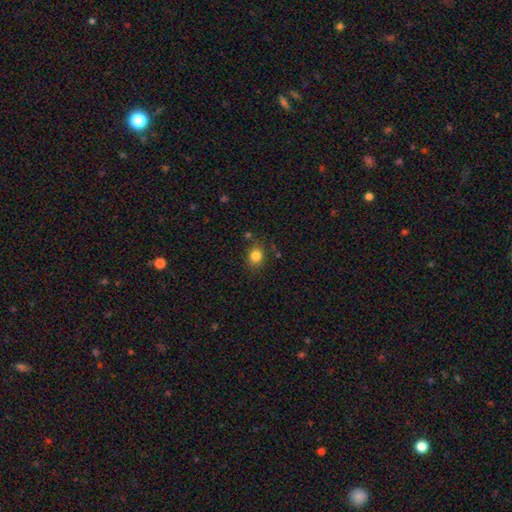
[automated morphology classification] type=smooth (83%); roundness=round (63%); merging=none (77%).